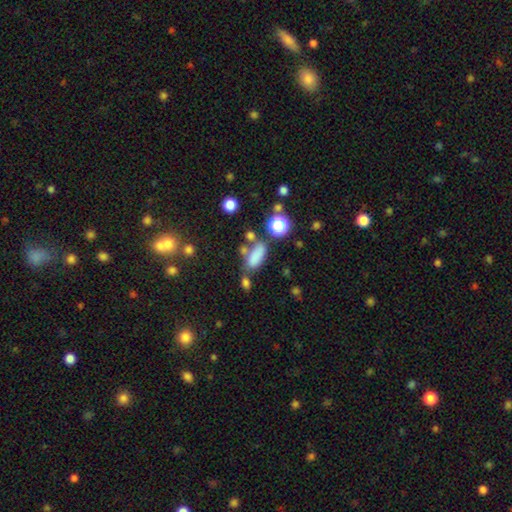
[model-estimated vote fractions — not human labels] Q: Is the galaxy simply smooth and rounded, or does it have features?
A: smooth — 77%.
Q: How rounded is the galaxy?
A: in between — 78%.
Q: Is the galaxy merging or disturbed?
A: none — 54%.